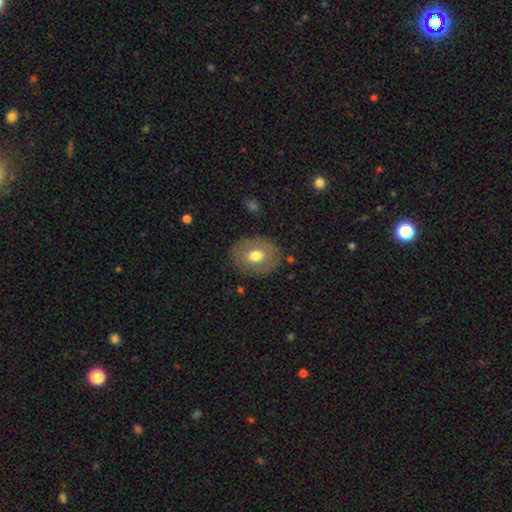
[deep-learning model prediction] The model was most divided on "how rounded": in between: 58%, round: 41%, cigar-shaped: 1%. More confident: merging — none (82%); smooth or featured — smooth (63%).